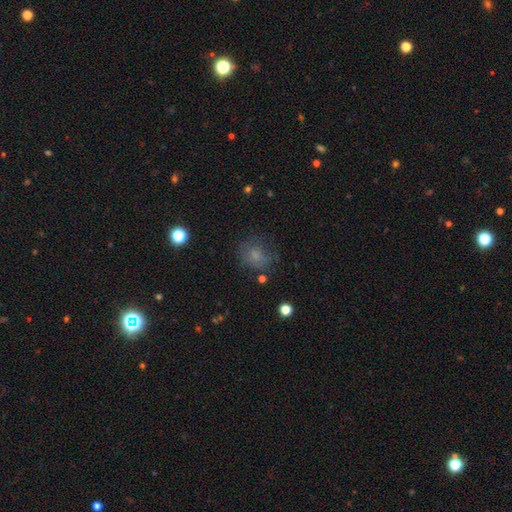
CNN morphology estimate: smooth_or_featured: smooth (p=0.67) [alt: star or artifact p=0.17]
how_rounded: round (p=0.68) [alt: in between p=0.31]
merging: none (p=0.64) [alt: minor disturbance p=0.21]